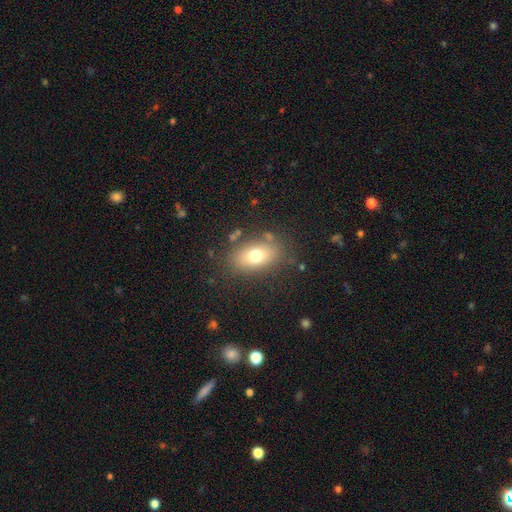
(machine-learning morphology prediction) smooth_or_featured: smooth (p=0.72) [alt: featured or disk p=0.18]
how_rounded: in between (p=0.85) [alt: round p=0.13]
merging: none (p=0.80) [alt: minor disturbance p=0.12]